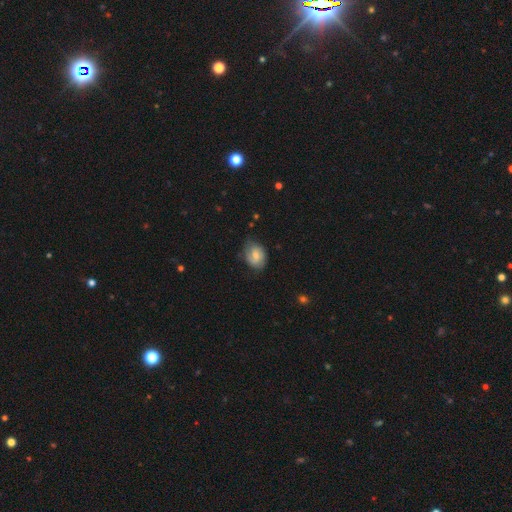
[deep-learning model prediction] smooth 58%, featured or disk 35%, star or artifact 8%. Down the decision tree: how rounded — in between (63%); merging — none (62%).